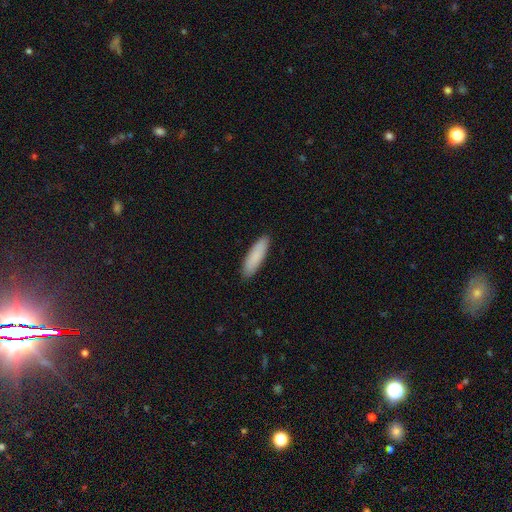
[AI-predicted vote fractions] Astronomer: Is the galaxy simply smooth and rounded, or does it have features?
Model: smooth — 87%.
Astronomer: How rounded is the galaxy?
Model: cigar-shaped — 65%.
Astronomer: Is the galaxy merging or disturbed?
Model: none — 90%.